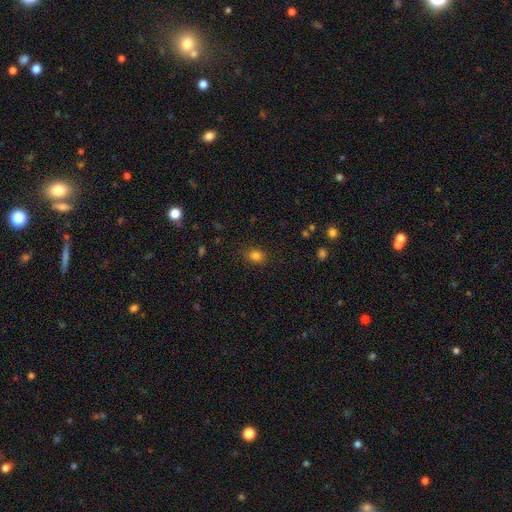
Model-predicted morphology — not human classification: type=smooth (82%); roundness=in between (56%); merging=none (83%).